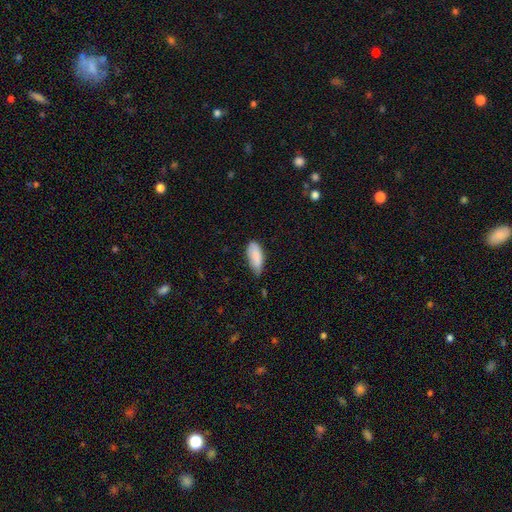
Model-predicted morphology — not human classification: Smooth or featured? smooth (87%)
How rounded? in between (84%)
Merging? none (47%)